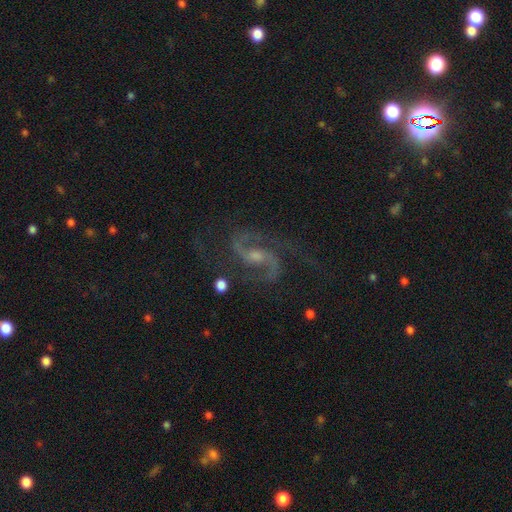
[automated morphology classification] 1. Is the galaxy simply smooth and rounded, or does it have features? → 87% featured or disk, 9% star or artifact, 4% smooth.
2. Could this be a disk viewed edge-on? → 97% no, 3% yes.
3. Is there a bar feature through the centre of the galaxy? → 51% weak, 26% no, 23% strong.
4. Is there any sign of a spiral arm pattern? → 98% yes, 2% no.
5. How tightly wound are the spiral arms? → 56% medium, 30% loose, 14% tight.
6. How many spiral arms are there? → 90% 2, 3% can't tell, 3% 3, 2% 1, 2% 4, 2% more than 4.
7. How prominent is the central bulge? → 54% small, 37% moderate, 6% none, 3% large, 1% dominant.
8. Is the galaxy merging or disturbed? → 75% none, 13% minor disturbance, 9% major disturbance, 2% merger.